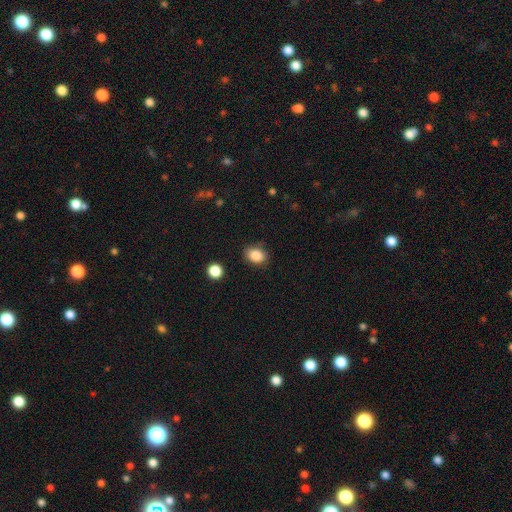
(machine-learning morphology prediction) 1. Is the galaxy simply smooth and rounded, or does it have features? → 87% smooth, 9% star or artifact, 4% featured or disk.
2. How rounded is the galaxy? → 65% in between, 34% round, 1% cigar-shaped.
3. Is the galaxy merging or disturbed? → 84% none, 11% minor disturbance, 3% major disturbance, 2% merger.